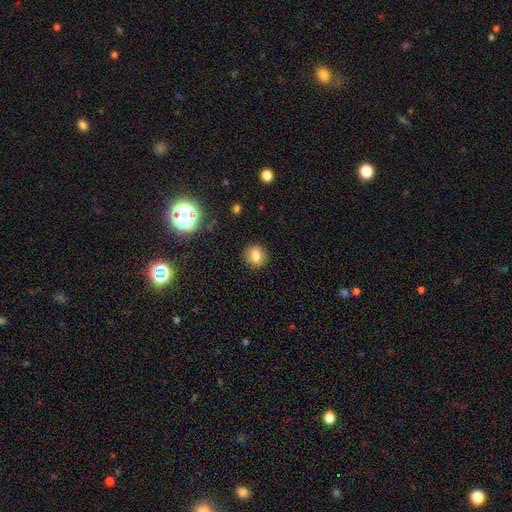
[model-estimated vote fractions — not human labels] This appears to be a smooth galaxy with no disk features (79%) that is round (78%). Merging: none (88%).